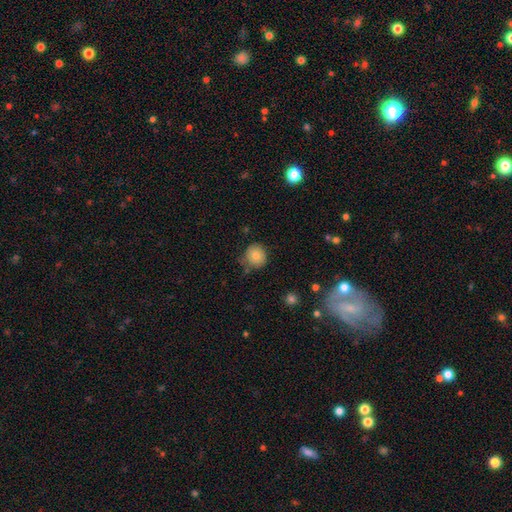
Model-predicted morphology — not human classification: Smooth or featured?
  - smooth: 79% *
  - featured or disk: 12%
  - star or artifact: 10%
How rounded?
  - round: 89% *
  - in between: 10%
  - cigar-shaped: 1%
Merging?
  - none: 74% *
  - minor disturbance: 19%
  - major disturbance: 4%
  - merger: 3%